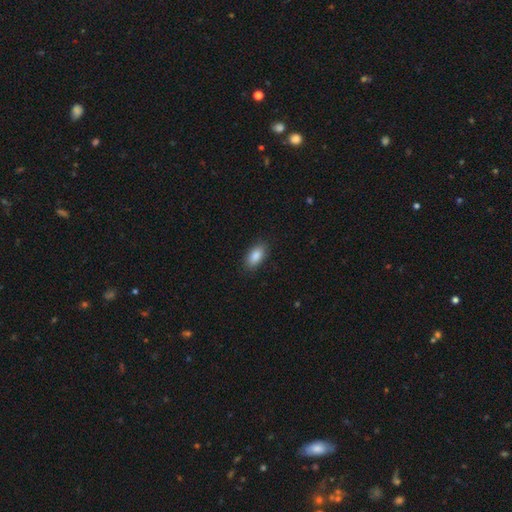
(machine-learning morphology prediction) This appears to be a smooth galaxy with no disk features (87%) that is in between round and cigar-shaped (91%). Merging: none (86%).